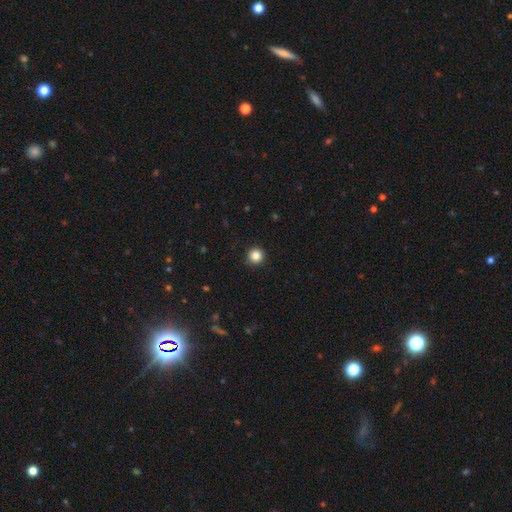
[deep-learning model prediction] Morphology: type=smooth (84%); roundness=round (96%); merging=none (92%).